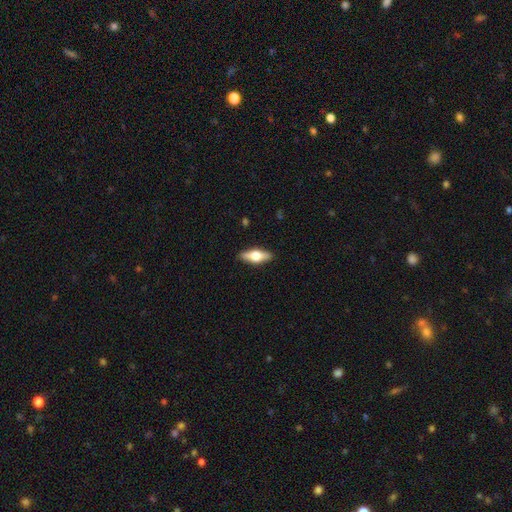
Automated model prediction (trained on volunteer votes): smooth_or_featured: featured or disk (p=0.48) [alt: smooth p=0.46]
merging: none (p=0.89) [alt: minor disturbance p=0.08]